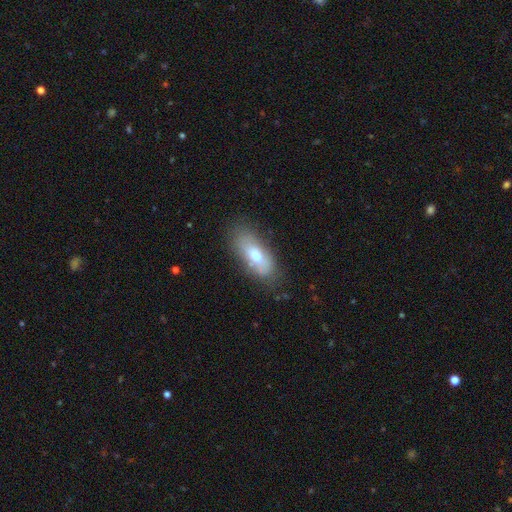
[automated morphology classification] A smooth galaxy with no disk features (65%) that is in between round and cigar-shaped (82%).

Vote fractions:
- Smooth or featured? smooth: 65% / featured or disk: 27% / star or artifact: 8%
- How rounded? in between: 82% / cigar-shaped: 14% / round: 3%
- Merging? none: 66% / minor disturbance: 22% / major disturbance: 8% / merger: 4%